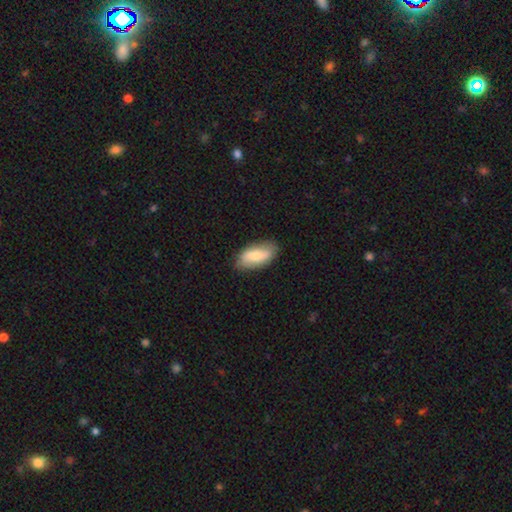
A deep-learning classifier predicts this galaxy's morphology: Smooth or featured? smooth (66%)
How rounded? in between (89%)
Merging? none (81%)